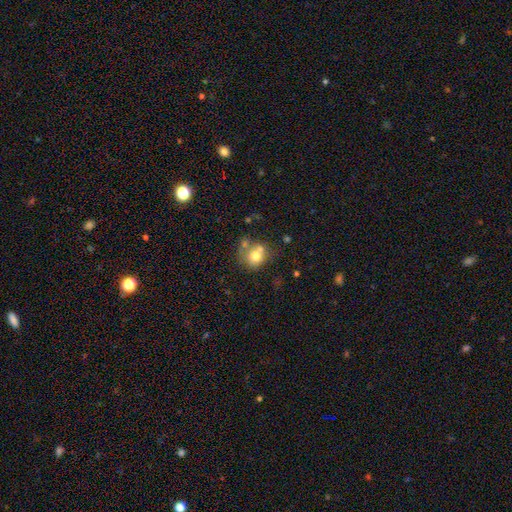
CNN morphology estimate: A smooth galaxy with no disk features (72%) that is round (72%).

Vote fractions:
- Smooth or featured? smooth: 72% / featured or disk: 18% / star or artifact: 10%
- How rounded? round: 72% / in between: 27% / cigar-shaped: 1%
- Merging? none: 43% / merger: 33% / minor disturbance: 16% / major disturbance: 8%